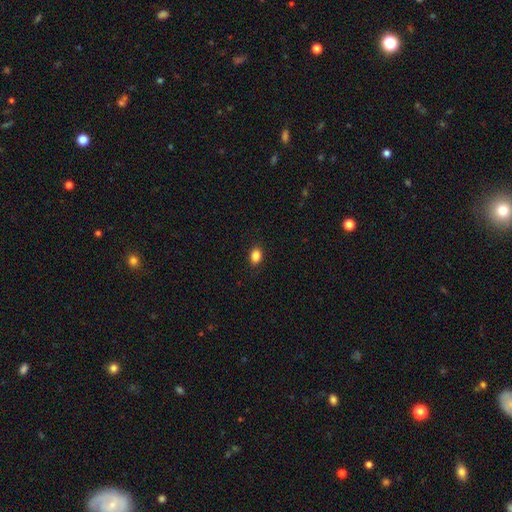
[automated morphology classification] smooth 86%, star or artifact 10%, featured or disk 4%. Down the decision tree: how rounded — in between (71%); merging — none (88%).